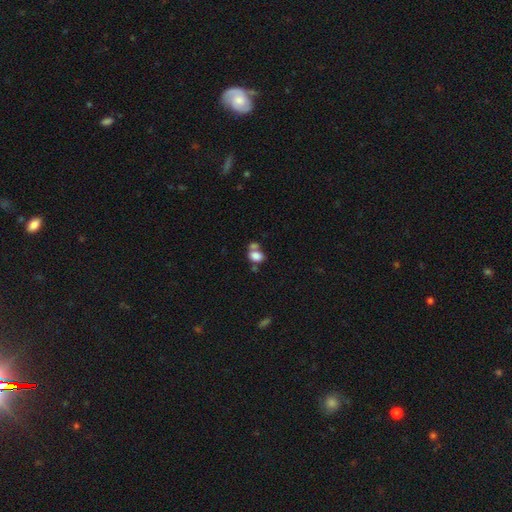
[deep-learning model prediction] Morphology: type=smooth (81%); roundness=in between (77%); merging=merger (46%).